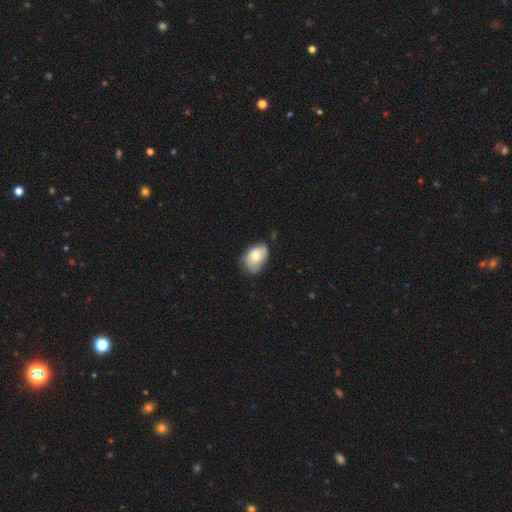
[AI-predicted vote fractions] Smooth or featured?
  - smooth: 69% *
  - featured or disk: 23%
  - star or artifact: 8%
How rounded?
  - in between: 81% *
  - round: 18%
  - cigar-shaped: 1%
Merging?
  - none: 49% *
  - minor disturbance: 38%
  - major disturbance: 12%
  - merger: 2%